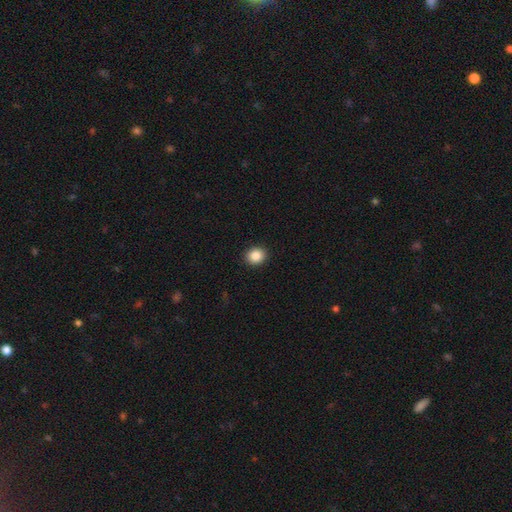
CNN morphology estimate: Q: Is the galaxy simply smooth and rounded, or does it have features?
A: smooth — 87%.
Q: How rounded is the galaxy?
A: round — 76%.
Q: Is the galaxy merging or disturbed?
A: none — 91%.